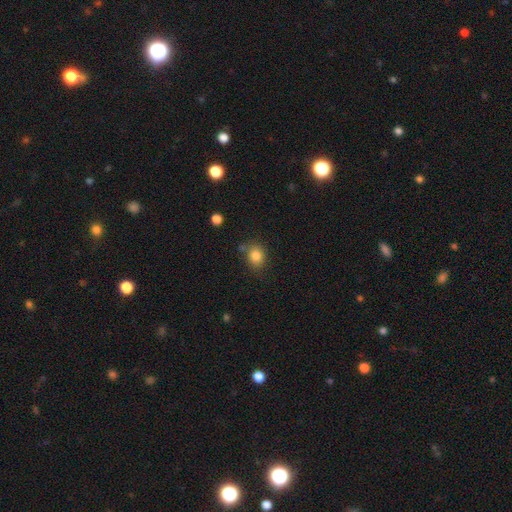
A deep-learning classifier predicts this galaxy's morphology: A smooth galaxy with no disk features (83%) that is round (63%). Merging: none (74%).